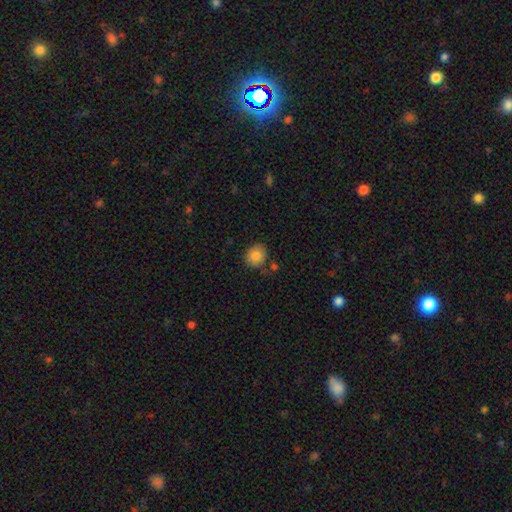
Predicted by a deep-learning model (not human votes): Smooth or featured: smooth — 83% (star or artifact — 9%)
How rounded: round — 82% (in between — 17%)
Merging: none — 75% (minor disturbance — 15%)